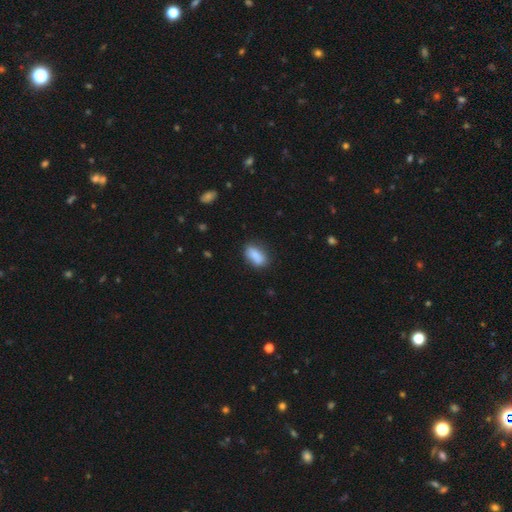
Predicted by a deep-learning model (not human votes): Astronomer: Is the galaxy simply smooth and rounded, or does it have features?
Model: smooth — 86%.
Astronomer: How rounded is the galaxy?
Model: in between — 88%.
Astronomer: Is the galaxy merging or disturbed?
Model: none — 75%.